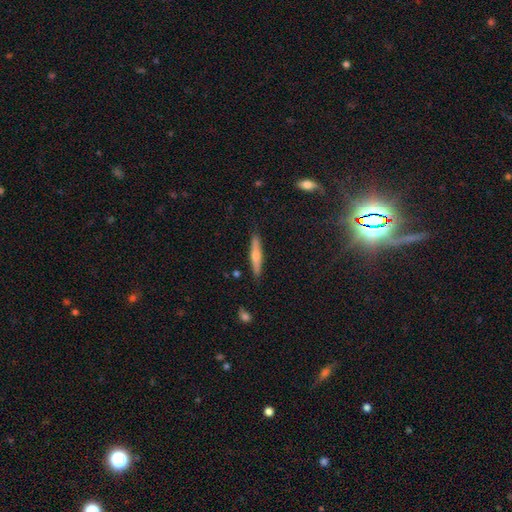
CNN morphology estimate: featured or disk 50%, smooth 44%, star or artifact 7%. Down the decision tree: merging — none (89%).